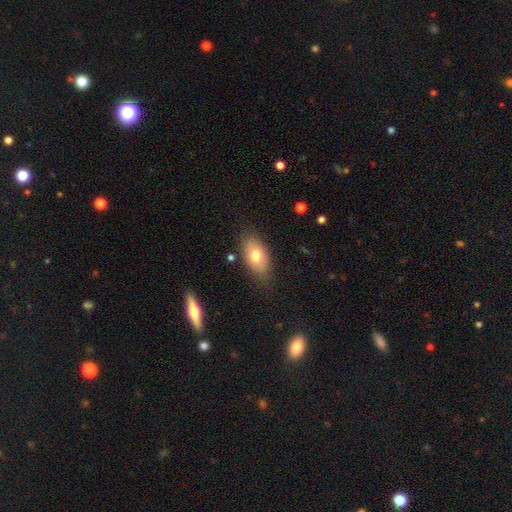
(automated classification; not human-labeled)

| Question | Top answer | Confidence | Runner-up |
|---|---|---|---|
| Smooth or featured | smooth | 75% | featured or disk (18%) |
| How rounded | in between | 90% | round (6%) |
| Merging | none | 78% | minor disturbance (16%) |